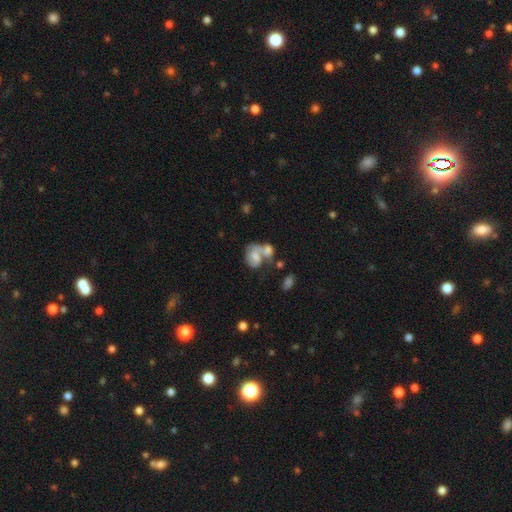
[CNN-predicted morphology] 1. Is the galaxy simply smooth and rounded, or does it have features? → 48% smooth, 43% featured or disk, 9% star or artifact.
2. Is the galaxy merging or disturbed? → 57% merger, 19% none, 12% major disturbance, 12% minor disturbance.